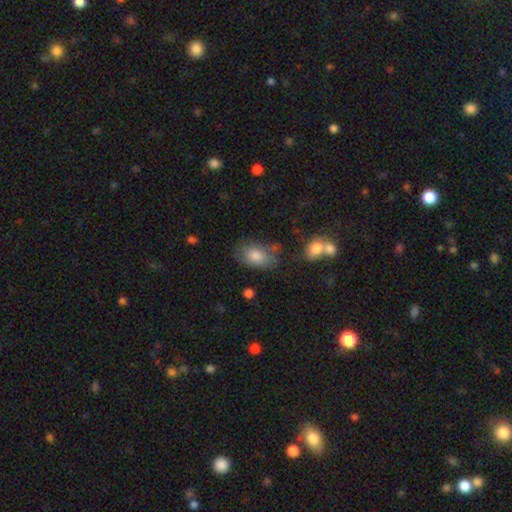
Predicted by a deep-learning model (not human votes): smooth-or-featured: smooth: 79% | featured or disk: 13% | star or artifact: 8%
  how-rounded: in between: 84% | round: 14% | cigar-shaped: 1%
  merging: none: 57% | minor disturbance: 26% | major disturbance: 9% | merger: 8%